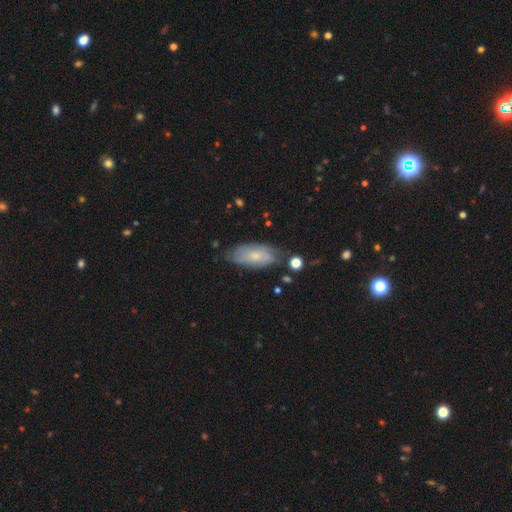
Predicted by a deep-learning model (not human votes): Overall: smooth (62%; featured or disk 31%). How rounded: in between (87%). Merging: none (67%).